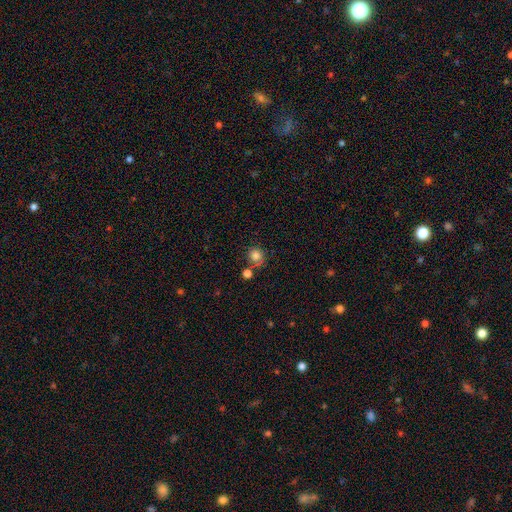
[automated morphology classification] Smooth or featured? Predicted: smooth (p=0.82). How rounded? Predicted: round (p=0.85). Merging? Predicted: none (p=0.66).